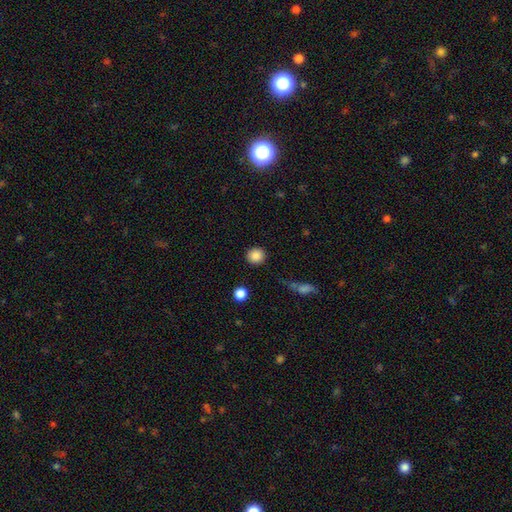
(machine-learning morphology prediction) smooth-or-featured: smooth: 87% | star or artifact: 9% | featured or disk: 4%
  how-rounded: round: 91% | in between: 8% | cigar-shaped: 1%
  merging: none: 89% | minor disturbance: 6% | major disturbance: 3% | merger: 2%